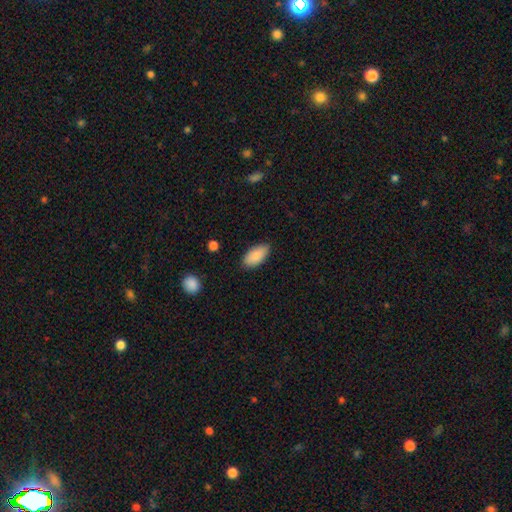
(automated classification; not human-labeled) This appears to be a smooth galaxy with no disk features (88%) that is in between round and cigar-shaped (93%). Merging: none (83%).